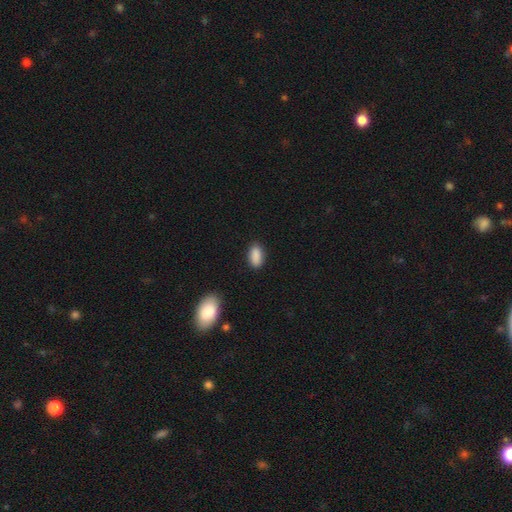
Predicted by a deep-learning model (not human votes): Q: Smooth or featured?
A: smooth (89%); runner-up: star or artifact (7%)
Q: How rounded?
A: in between (92%); runner-up: cigar-shaped (5%)
Q: Merging?
A: none (86%); runner-up: minor disturbance (11%)